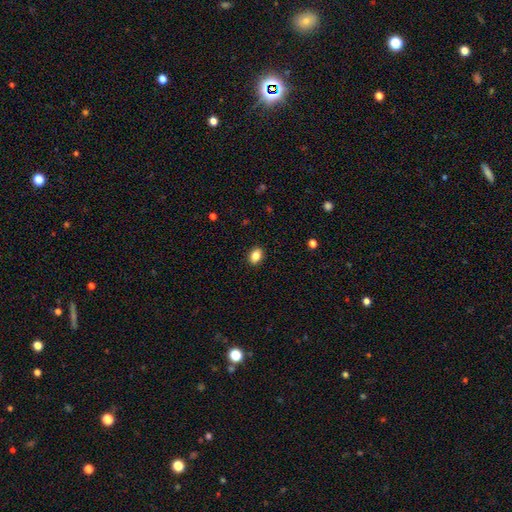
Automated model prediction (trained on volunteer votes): A smooth galaxy with no disk features (85%) that is in between round and cigar-shaped (76%).

Vote fractions:
- Smooth or featured? smooth: 85% / star or artifact: 9% / featured or disk: 6%
- How rounded? in between: 76% / round: 23% / cigar-shaped: 1%
- Merging? none: 90% / minor disturbance: 7% / major disturbance: 2% / merger: 1%